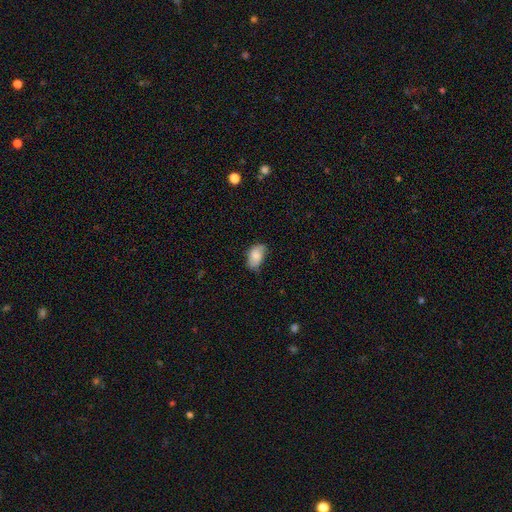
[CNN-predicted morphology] Smooth or featured: smooth — 80% (featured or disk — 13%)
How rounded: in between — 91% (round — 7%)
Merging: none — 60% (minor disturbance — 32%)